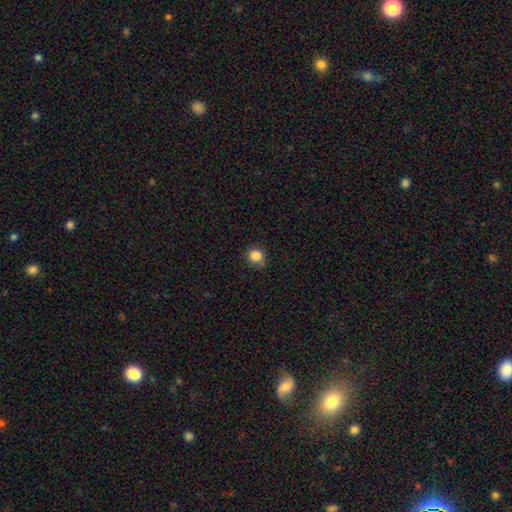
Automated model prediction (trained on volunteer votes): smooth-or-featured: smooth: 85% | star or artifact: 11% | featured or disk: 4%
  how-rounded: round: 88% | in between: 11% | cigar-shaped: 1%
  merging: none: 76% | minor disturbance: 19% | major disturbance: 3% | merger: 1%